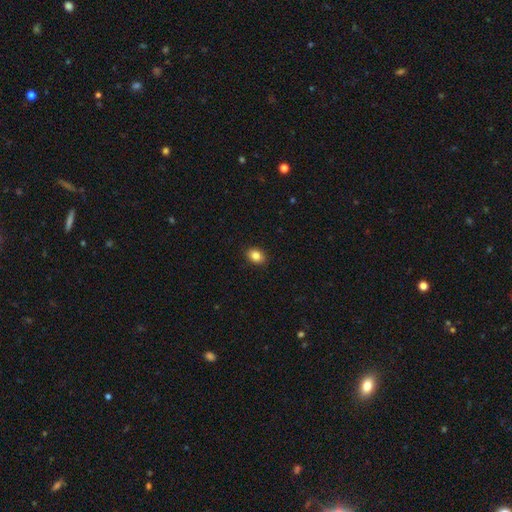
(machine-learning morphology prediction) type=smooth (85%); roundness=in between (64%); merging=none (90%).